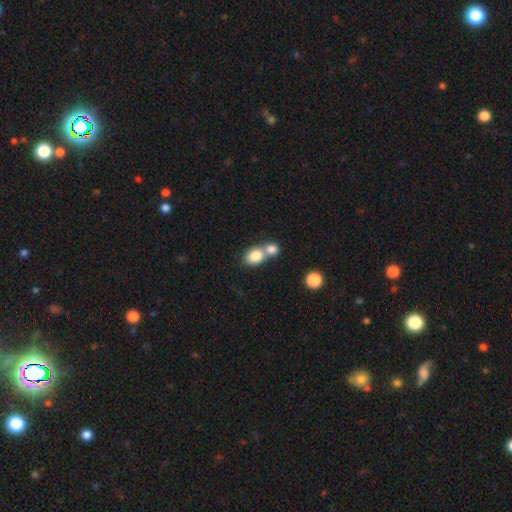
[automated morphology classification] A smooth galaxy with no disk features (80%) that is in between round and cigar-shaped (57%).

Vote fractions:
- Smooth or featured? smooth: 80% / featured or disk: 11% / star or artifact: 8%
- How rounded? in between: 57% / round: 42% / cigar-shaped: 2%
- Merging? merger: 63% / none: 28% / minor disturbance: 6% / major disturbance: 3%